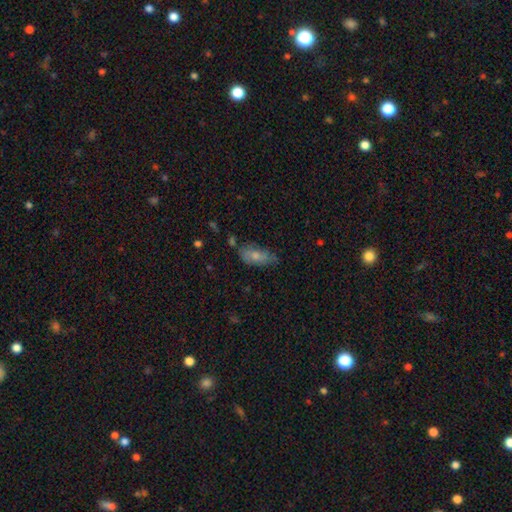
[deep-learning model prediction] smooth 69%, featured or disk 23%, star or artifact 8%. Down the decision tree: how rounded — in between (88%); merging — none (51%).